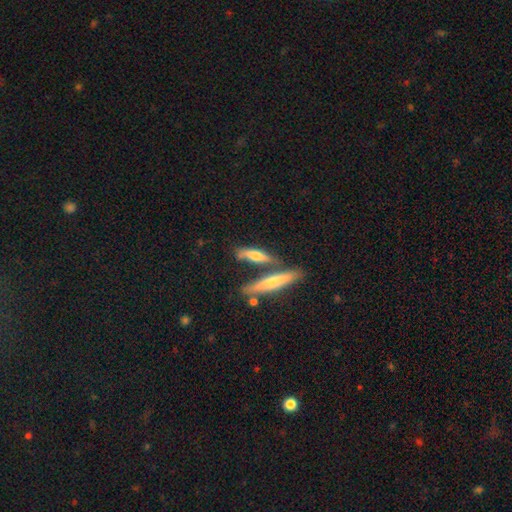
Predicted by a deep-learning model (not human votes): This is possibly a smooth galaxy (57%). How rounded: likely cigar-shaped (71%). Merging: possibly none (53%).